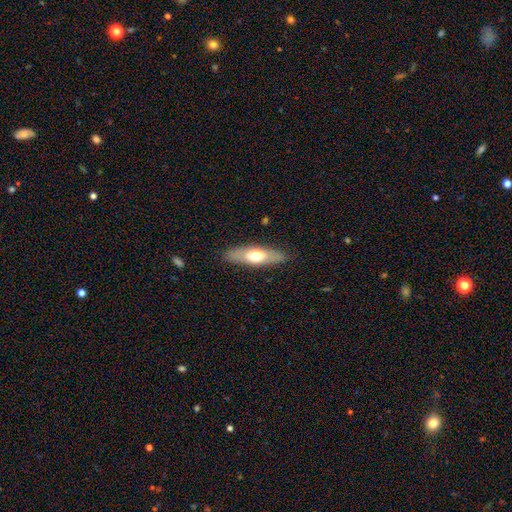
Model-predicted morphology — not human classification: smooth-or-featured: smooth: 55% | featured or disk: 39% | star or artifact: 6%
  how-rounded: in between: 51% | cigar-shaped: 47% | round: 2%
  merging: none: 86% | minor disturbance: 10% | major disturbance: 2% | merger: 1%